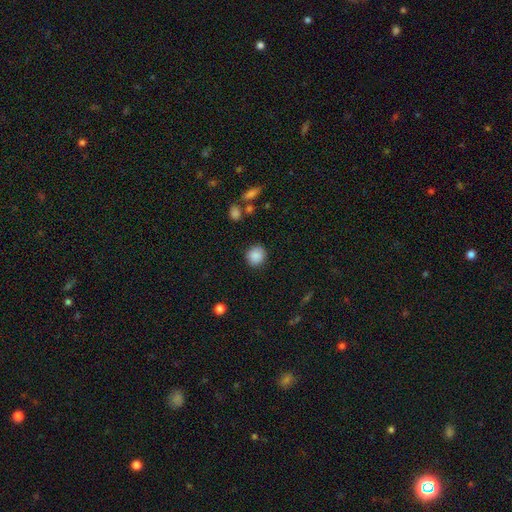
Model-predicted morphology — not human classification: Smooth or featured?
  - smooth: 88% *
  - star or artifact: 8%
  - featured or disk: 4%
How rounded?
  - round: 86% *
  - in between: 13%
  - cigar-shaped: 1%
Merging?
  - none: 88% *
  - minor disturbance: 8%
  - major disturbance: 3%
  - merger: 2%